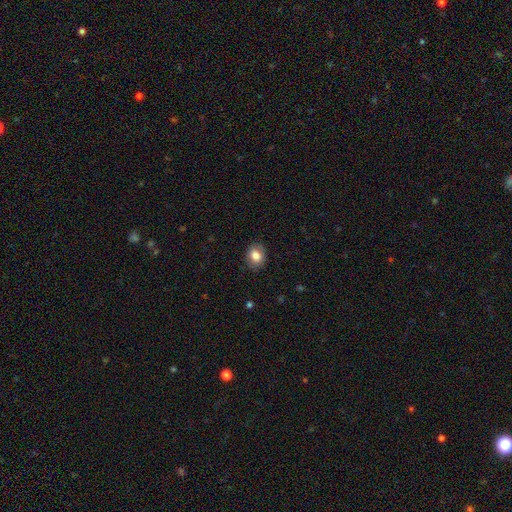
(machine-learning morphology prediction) This is clearly a smooth galaxy (82%). How rounded: possibly in between (50%). Merging: clearly none (87%).